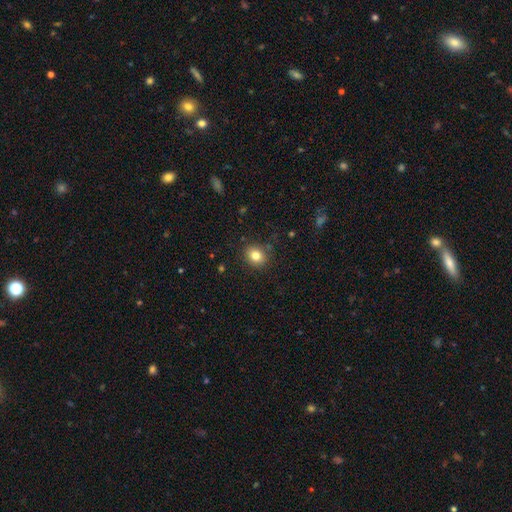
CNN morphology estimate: smooth_or_featured: smooth (p=0.82) [alt: star or artifact p=0.11]
how_rounded: round (p=0.65) [alt: in between p=0.34]
merging: none (p=0.85) [alt: minor disturbance p=0.10]